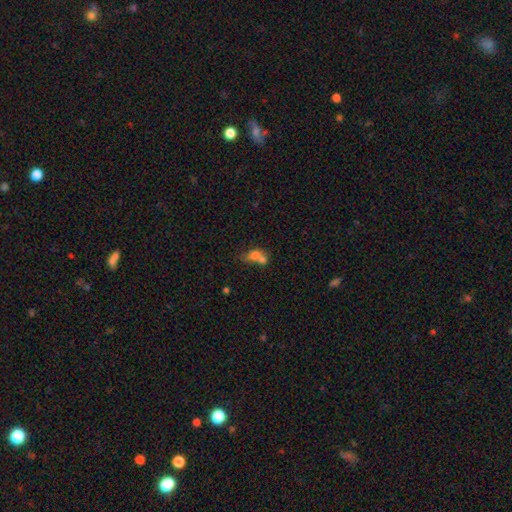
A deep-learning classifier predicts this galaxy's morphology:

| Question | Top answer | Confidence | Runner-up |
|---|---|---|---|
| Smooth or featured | smooth | 68% | featured or disk (21%) |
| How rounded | in between | 56% | round (40%) |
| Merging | merger | 67% | none (19%) |